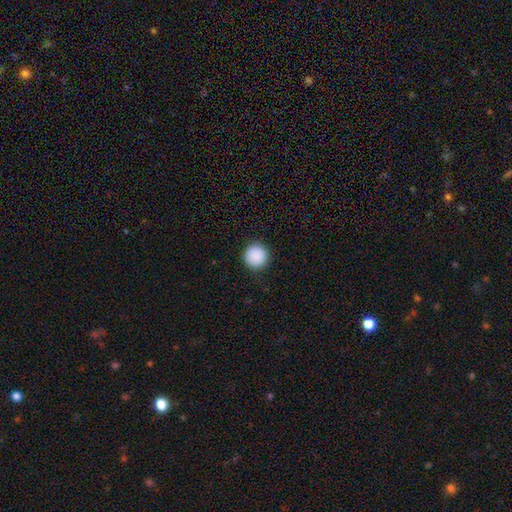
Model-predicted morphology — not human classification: The model was most divided on "smooth or featured": smooth: 89%, star or artifact: 8%, featured or disk: 3%. More confident: how rounded — round (96%); merging — none (92%).